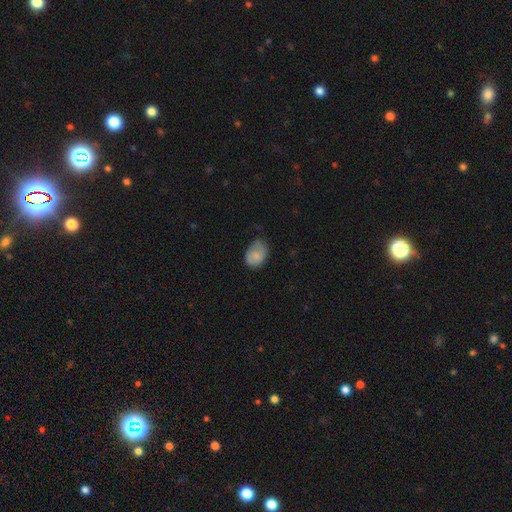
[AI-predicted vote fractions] smooth 76%, featured or disk 17%, star or artifact 8%. Down the decision tree: how rounded — in between (73%); merging — none (49%).